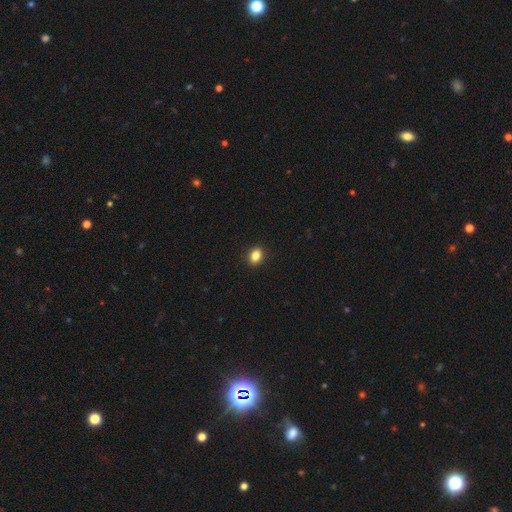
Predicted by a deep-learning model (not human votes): smooth-or-featured: smooth: 86% | star or artifact: 10% | featured or disk: 4%
  how-rounded: in between: 61% | round: 38% | cigar-shaped: 1%
  merging: none: 91% | minor disturbance: 6% | major disturbance: 2% | merger: 1%